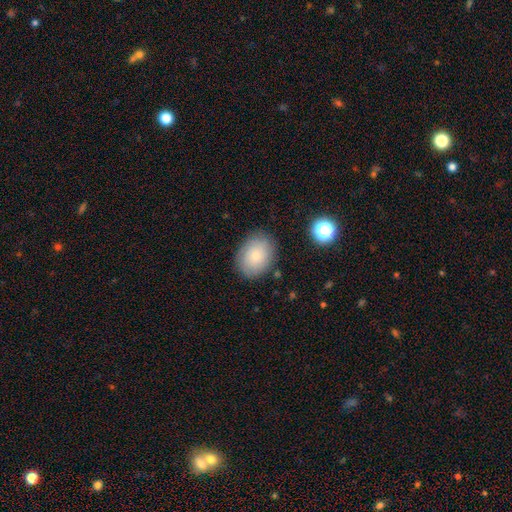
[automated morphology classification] Smooth or featured?
  - smooth: 76% *
  - featured or disk: 15%
  - star or artifact: 9%
How rounded?
  - in between: 64% *
  - round: 35%
  - cigar-shaped: 1%
Merging?
  - none: 83% *
  - minor disturbance: 12%
  - major disturbance: 3%
  - merger: 2%